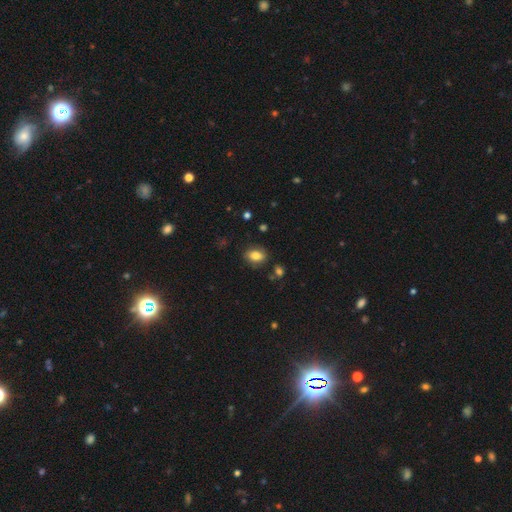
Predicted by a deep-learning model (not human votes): smooth_or_featured: smooth (p=0.81) [alt: featured or disk p=0.09]
how_rounded: in between (p=0.76) [alt: round p=0.23]
merging: none (p=0.82) [alt: minor disturbance p=0.12]